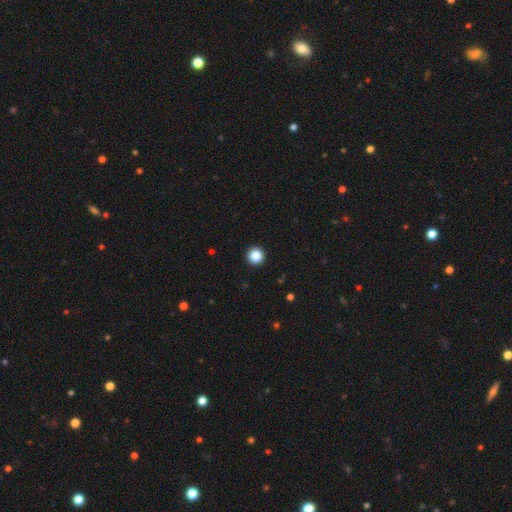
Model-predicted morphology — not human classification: Overall: smooth (87%). How rounded: round (96%). Merging: none (94%).